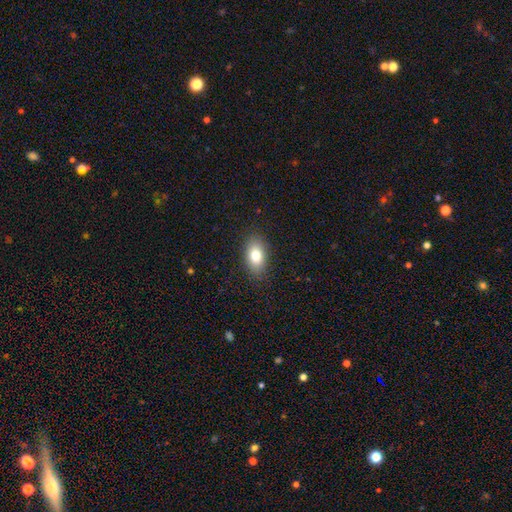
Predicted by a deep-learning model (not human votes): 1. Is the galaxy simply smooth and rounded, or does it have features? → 79% smooth, 12% featured or disk, 9% star or artifact.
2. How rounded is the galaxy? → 89% in between, 8% round, 3% cigar-shaped.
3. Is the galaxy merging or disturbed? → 87% none, 9% minor disturbance, 3% major disturbance, 1% merger.